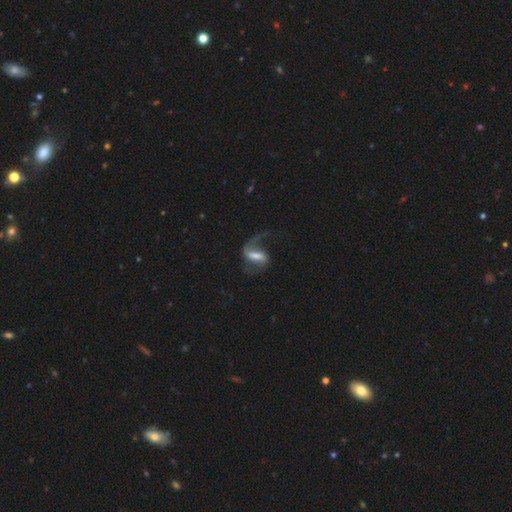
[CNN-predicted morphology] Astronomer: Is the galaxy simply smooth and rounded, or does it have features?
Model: featured or disk — 76%.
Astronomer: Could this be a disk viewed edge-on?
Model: no — 95%.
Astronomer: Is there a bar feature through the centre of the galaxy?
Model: strong — 51% (runner-up: weak, 37%).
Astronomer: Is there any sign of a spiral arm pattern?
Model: yes — 91%.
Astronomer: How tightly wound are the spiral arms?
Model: loose — 69%.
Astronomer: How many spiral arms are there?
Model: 2 — 66%.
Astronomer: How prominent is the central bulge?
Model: moderate — 40% (runner-up: small, 24%).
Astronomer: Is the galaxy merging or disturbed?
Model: none — 50% (runner-up: major disturbance, 33%).